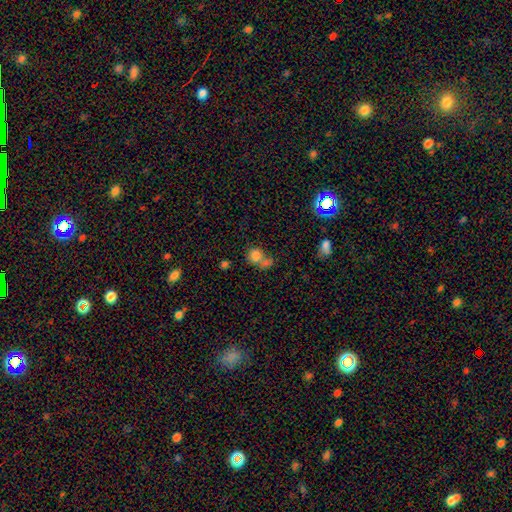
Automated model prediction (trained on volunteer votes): smooth_or_featured: smooth (p=0.77) [alt: star or artifact p=0.12]
how_rounded: round (p=0.65) [alt: in between p=0.34]
merging: merger (p=0.56) [alt: none p=0.28]